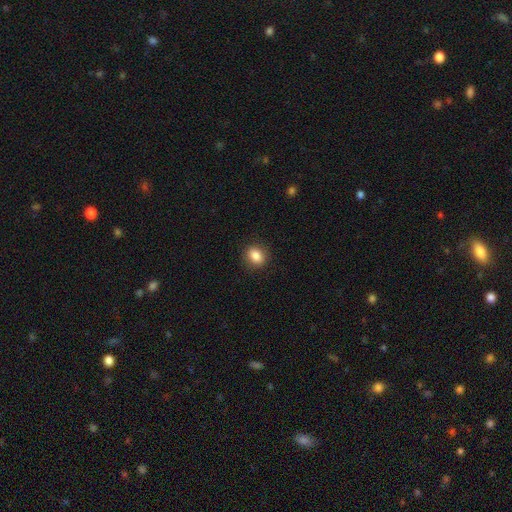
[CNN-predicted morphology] Smooth or featured? smooth (85%)
How rounded? in between (50%)
Merging? none (88%)